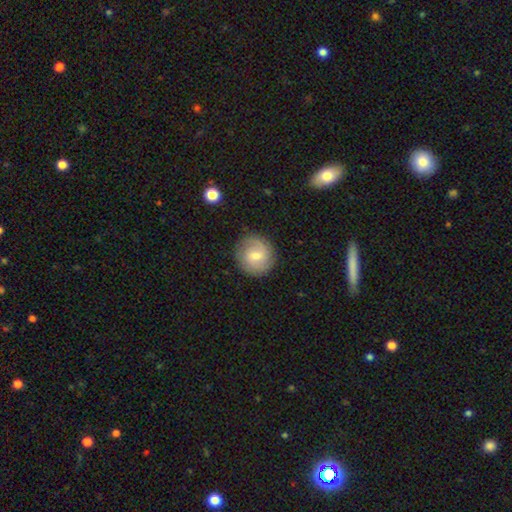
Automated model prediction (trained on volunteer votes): The model was most divided on "smooth or featured": smooth: 47%, featured or disk: 46%, star or artifact: 8%. More confident: merging — none (85%).